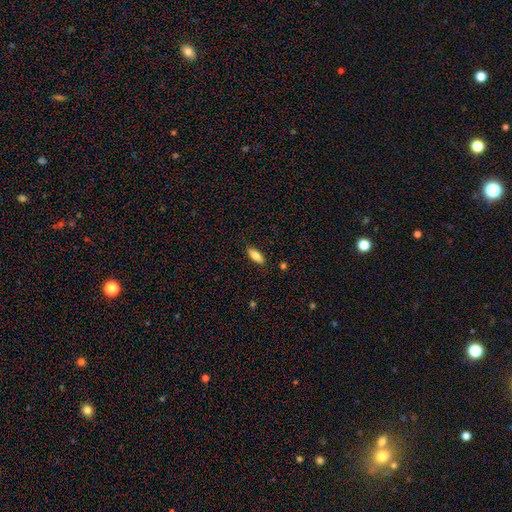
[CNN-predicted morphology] Overall: smooth (83%). How rounded: in between (70%). Merging: none (82%).